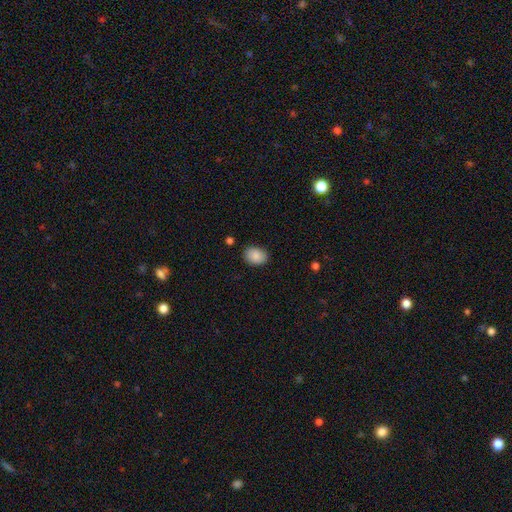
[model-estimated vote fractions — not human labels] A smooth galaxy with no disk features (88%) that is in between round and cigar-shaped (74%). Merging: none (86%).